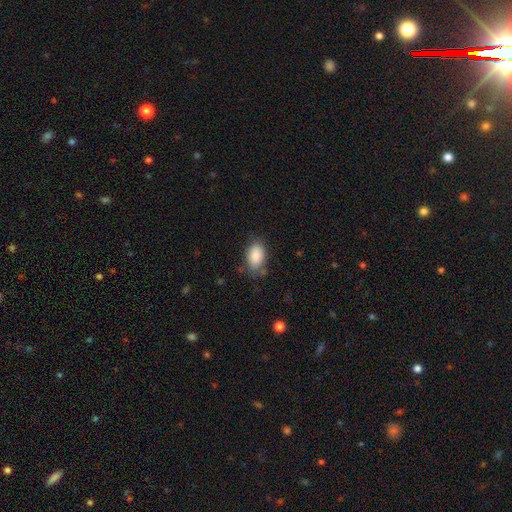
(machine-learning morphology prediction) Overall: smooth (87%). How rounded: in between (90%). Merging: none (71%).